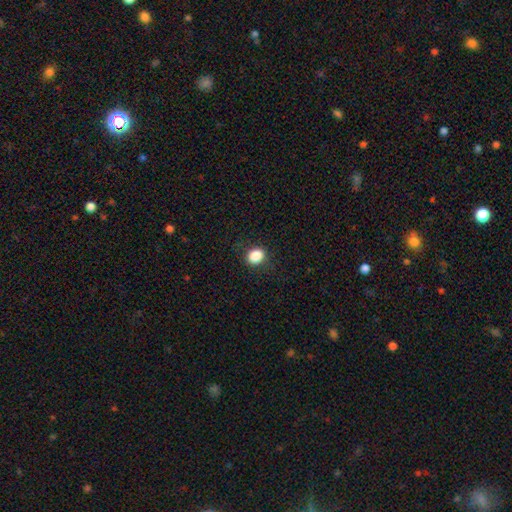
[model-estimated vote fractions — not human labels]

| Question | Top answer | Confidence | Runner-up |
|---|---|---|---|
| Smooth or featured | smooth | 87% | star or artifact (10%) |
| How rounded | round | 53% | in between (46%) |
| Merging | none | 86% | minor disturbance (10%) |